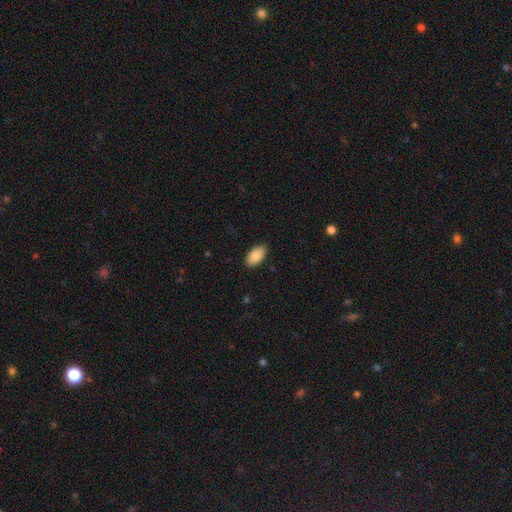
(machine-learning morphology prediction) Smooth or featured? Predicted: smooth (p=0.87). How rounded? Predicted: in between (p=0.95). Merging? Predicted: none (p=0.88).